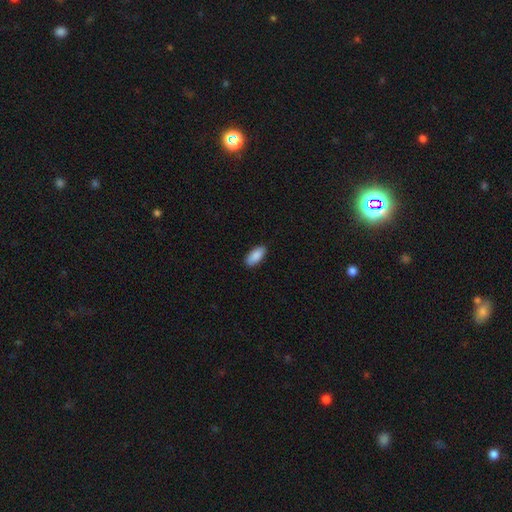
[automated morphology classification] smooth-or-featured: smooth: 90% | star or artifact: 6% | featured or disk: 4%
  how-rounded: in between: 89% | cigar-shaped: 10% | round: 2%
  merging: none: 89% | minor disturbance: 8% | major disturbance: 2% | merger: 1%